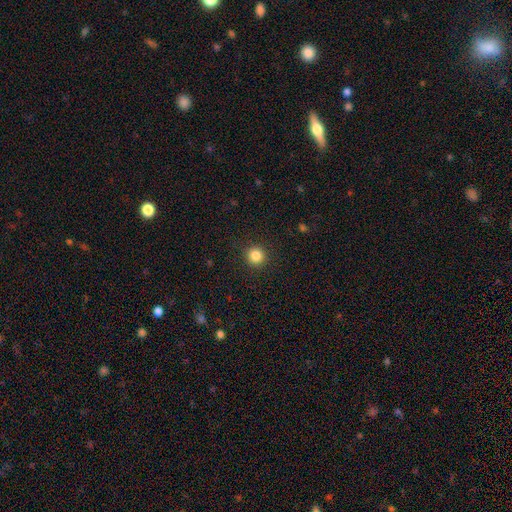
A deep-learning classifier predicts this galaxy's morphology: smooth 84%, star or artifact 12%, featured or disk 4%. Down the decision tree: how rounded — round (95%); merging — none (92%).